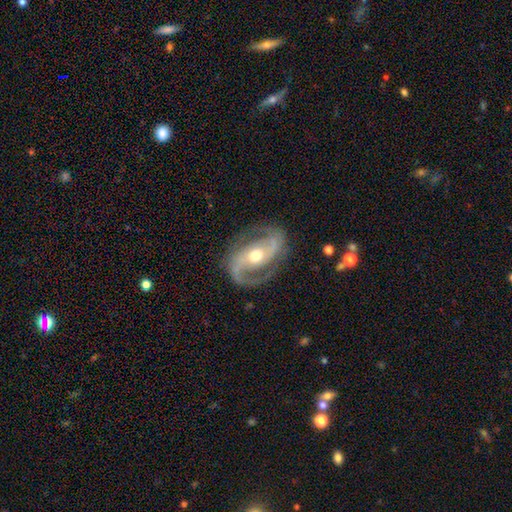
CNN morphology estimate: type=featured or disk (91%); edge-on=no (97%); bar=no (43%); spiral arms=yes (97%); winding=medium (57%); arm count=2 (93%); bulge=moderate (70%); merging=none (82%).